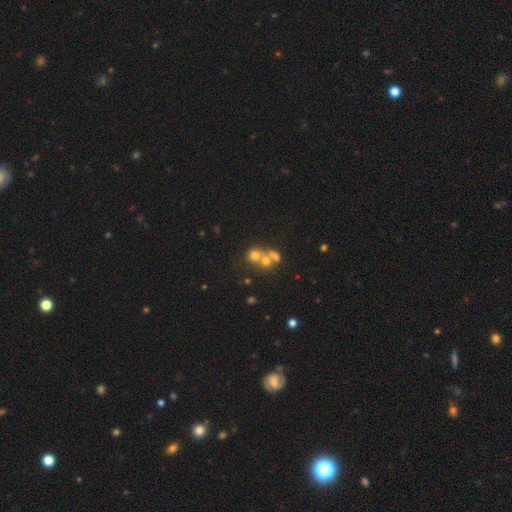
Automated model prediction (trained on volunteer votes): A smooth galaxy with no disk features (58%) that is round (82%).

Vote fractions:
- Smooth or featured? smooth: 58% / featured or disk: 23% / star or artifact: 19%
- How rounded? round: 82% / in between: 17% / cigar-shaped: 1%
- Merging? merger: 49% / none: 39% / minor disturbance: 7% / major disturbance: 5%